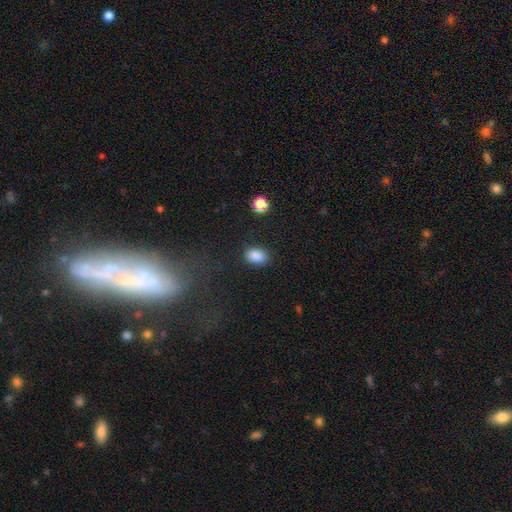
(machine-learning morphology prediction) smooth 88%, star or artifact 8%, featured or disk 4%. Down the decision tree: how rounded — in between (81%); merging — none (82%).